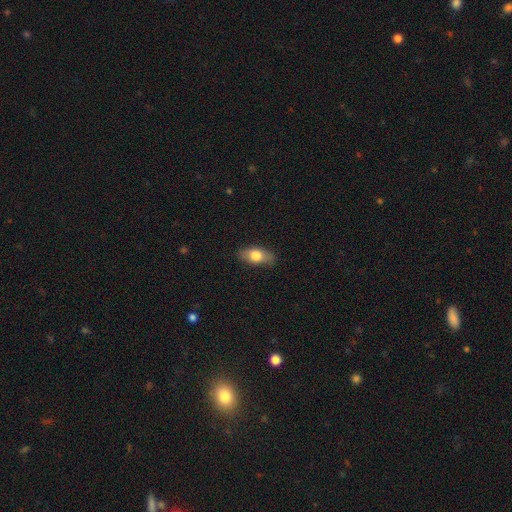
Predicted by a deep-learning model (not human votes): Morphology: type=smooth (72%); roundness=in between (83%); merging=none (84%).